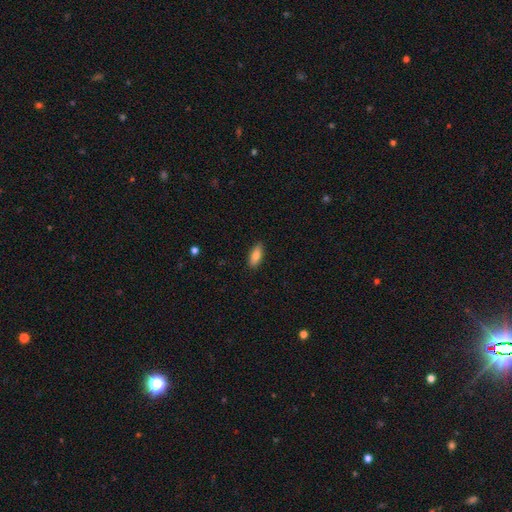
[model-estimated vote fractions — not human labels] The model was most divided on "how rounded": in between: 78%, cigar-shaped: 20%, round: 2%. More confident: merging — none (89%); smooth or featured — smooth (83%).